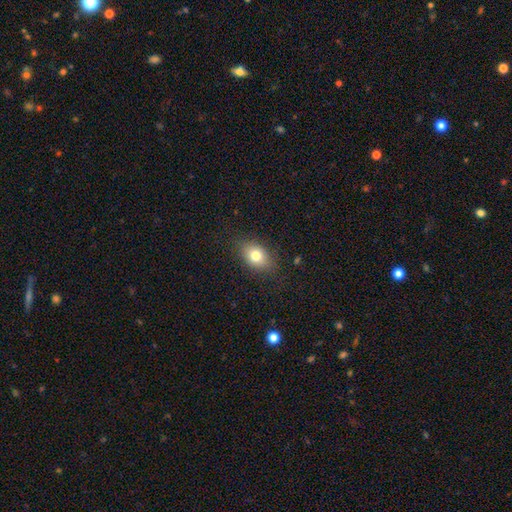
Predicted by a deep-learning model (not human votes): Q: Smooth or featured?
A: smooth (77%); runner-up: featured or disk (13%)
Q: How rounded?
A: in between (75%); runner-up: round (22%)
Q: Merging?
A: none (83%); runner-up: minor disturbance (13%)